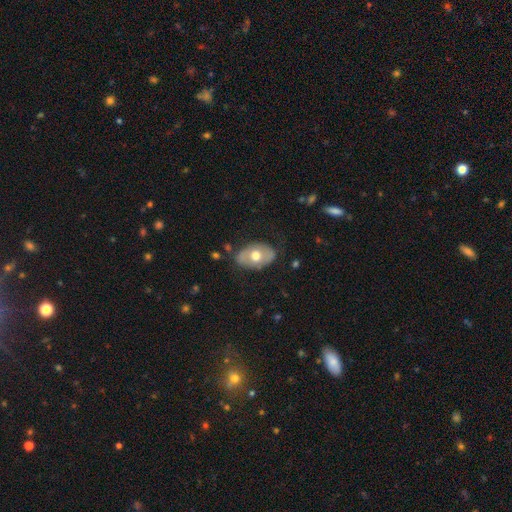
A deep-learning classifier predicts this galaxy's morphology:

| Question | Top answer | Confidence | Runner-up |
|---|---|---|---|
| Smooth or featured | smooth | 54% | featured or disk (40%) |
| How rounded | in between | 85% | round (14%) |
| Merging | none | 73% | minor disturbance (20%) |